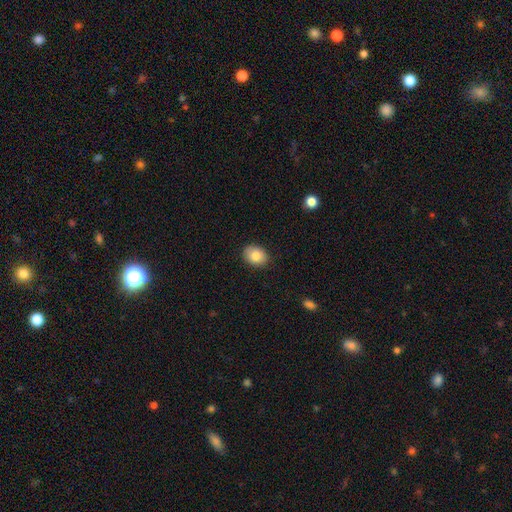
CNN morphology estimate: smooth_or_featured: smooth (p=0.85) [alt: star or artifact p=0.08]
how_rounded: in between (p=0.56) [alt: round p=0.43]
merging: none (p=0.86) [alt: minor disturbance p=0.11]